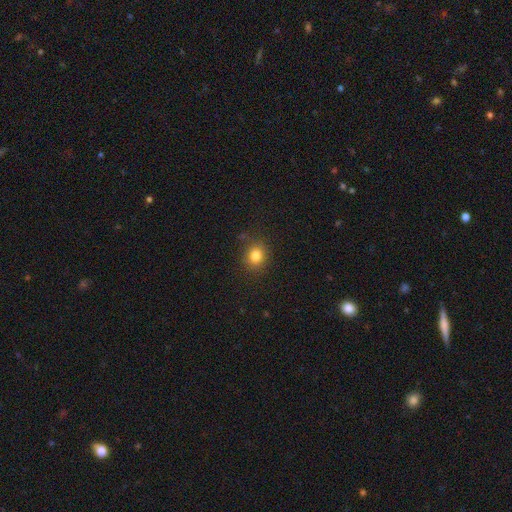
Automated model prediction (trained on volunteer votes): Smooth or featured: smooth — 82% (star or artifact — 12%)
How rounded: round — 76% (in between — 23%)
Merging: none — 84% (minor disturbance — 11%)